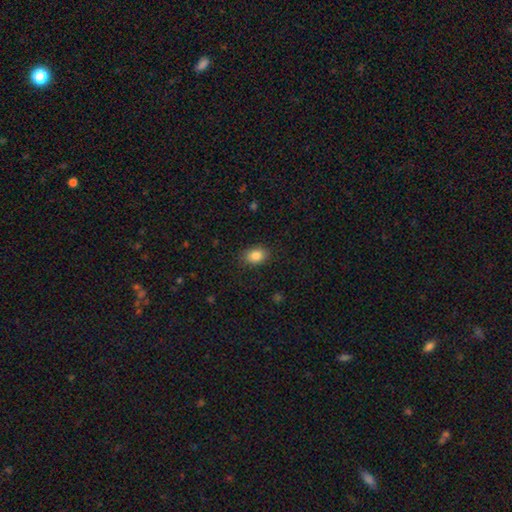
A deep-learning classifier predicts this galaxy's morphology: type=smooth (86%); roundness=in between (75%); merging=none (86%).